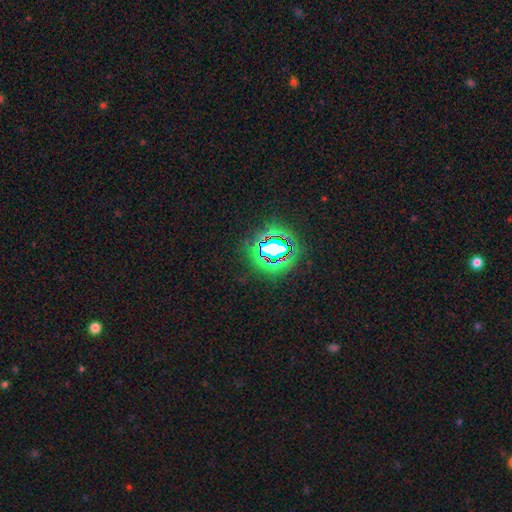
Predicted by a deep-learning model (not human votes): Smooth or featured? Predicted: star or artifact (p=0.83).